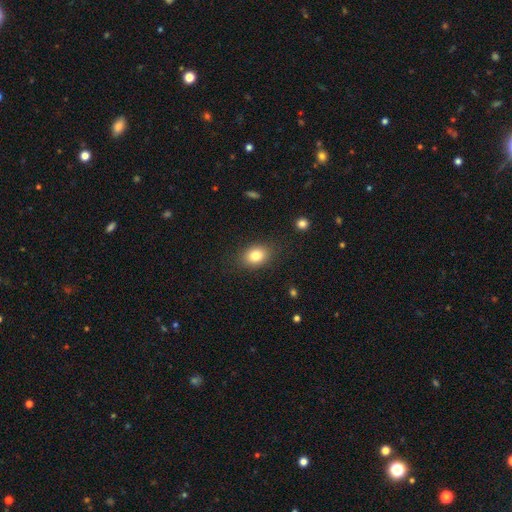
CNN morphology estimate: Smooth or featured? smooth (81%)
How rounded? in between (63%)
Merging? none (84%)